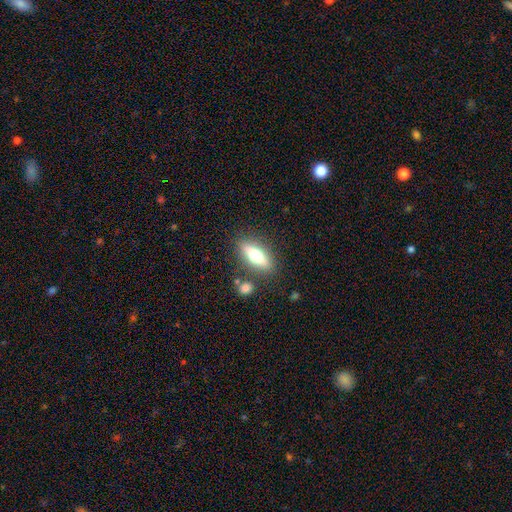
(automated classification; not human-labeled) smooth-or-featured: smooth: 50% | featured or disk: 43% | star or artifact: 7%
  merging: none: 83% | minor disturbance: 10% | merger: 4% | major disturbance: 3%